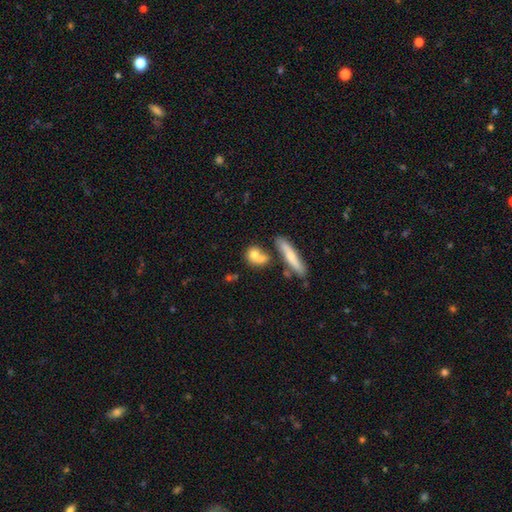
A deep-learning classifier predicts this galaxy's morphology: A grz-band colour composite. It shows a smooth galaxy with no disk features (72%) that is round (59%). Merging: none (48%).